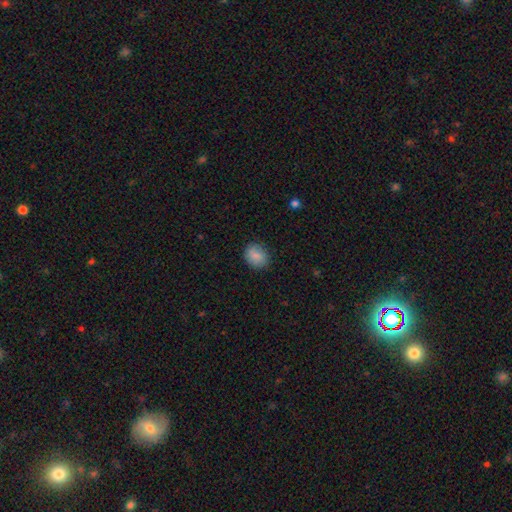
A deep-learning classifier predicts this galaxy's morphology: Q: Smooth or featured?
A: smooth (85%); runner-up: star or artifact (8%)
Q: How rounded?
A: round (60%); runner-up: in between (39%)
Q: Merging?
A: none (84%); runner-up: minor disturbance (12%)